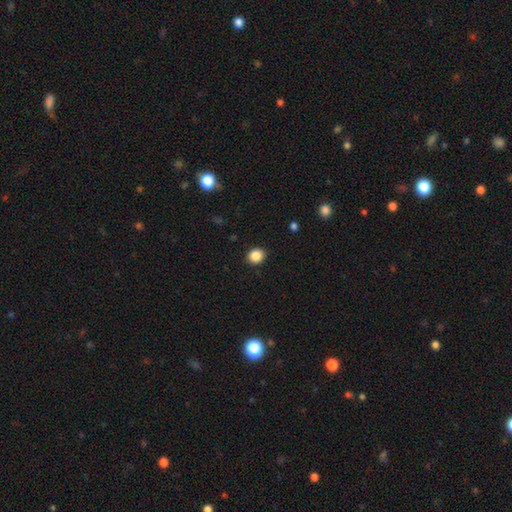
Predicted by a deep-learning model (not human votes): Q: Smooth or featured?
A: smooth (87%); runner-up: star or artifact (10%)
Q: How rounded?
A: round (76%); runner-up: in between (23%)
Q: Merging?
A: none (91%); runner-up: minor disturbance (6%)